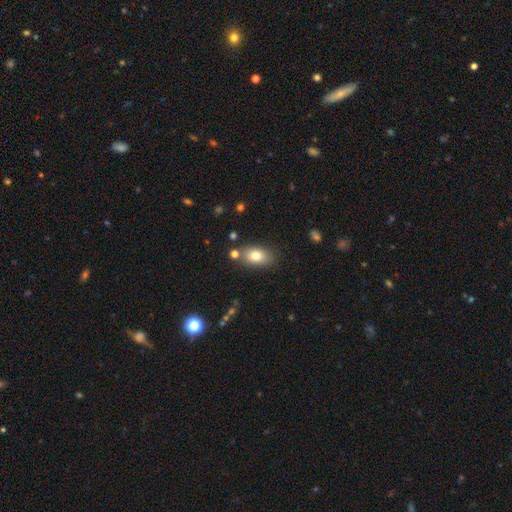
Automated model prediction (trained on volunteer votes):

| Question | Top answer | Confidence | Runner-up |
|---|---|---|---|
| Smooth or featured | smooth | 79% | featured or disk (12%) |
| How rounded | in between | 86% | round (12%) |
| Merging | none | 77% | minor disturbance (13%) |